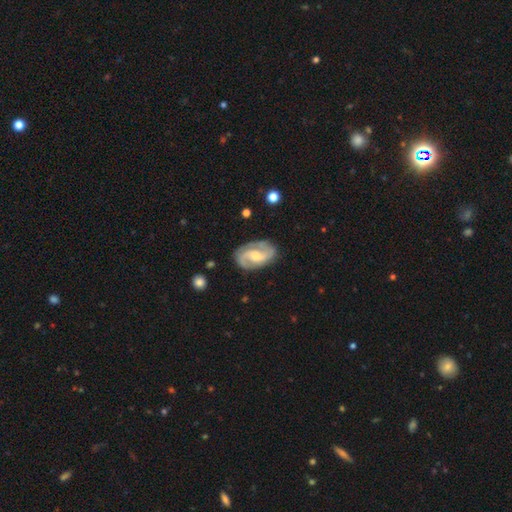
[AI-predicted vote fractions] A featured or disk galaxy (85%) with a weak bar (46%), 2 (85%) medium (51%) spiral arms (97%) and a moderate central bulge (47%).

Vote fractions:
- Smooth or featured? featured or disk: 85% / smooth: 10% / star or artifact: 5%
- Edge-on disk? no: 97% / yes: 3%
- Bar? weak: 46% / no: 41% / strong: 13%
- Spiral arms? yes: 97% / no: 3%
- Spiral winding? medium: 51% / tight: 34% / loose: 15%
- Spiral arm count? 2: 85% / can't tell: 5% / 3: 5% / 1: 2% / 4: 1% / more than 4: 1%
- Bulge size? moderate: 47% / small: 41% / large: 6% / none: 5% / dominant: 1%
- Merging? none: 78% / minor disturbance: 15% / major disturbance: 5% / merger: 2%